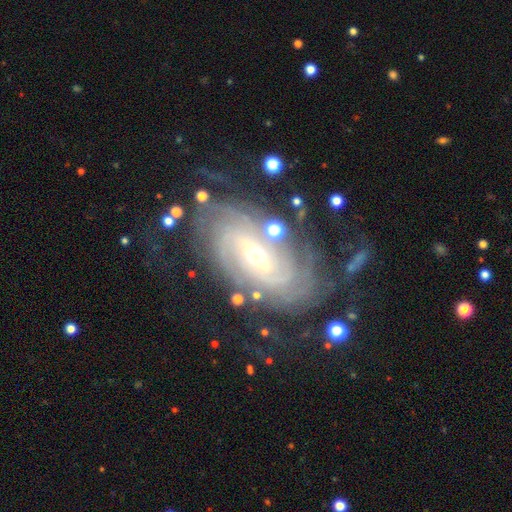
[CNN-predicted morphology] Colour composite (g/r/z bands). It shows a featured or disk galaxy (89%) with a weak bar (41%), tight (74%) spiral arms (97%) and a moderate central bulge (54%). Merging: none (69%).